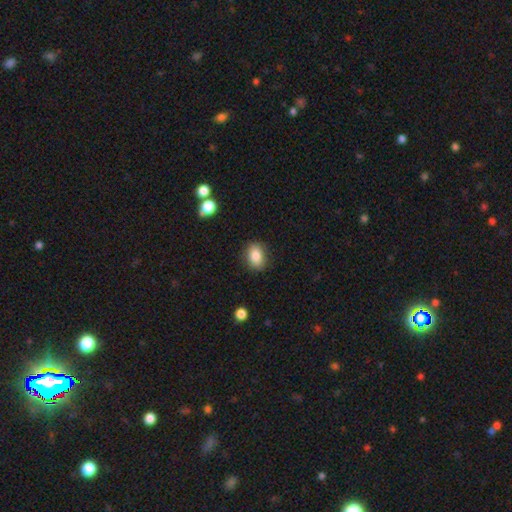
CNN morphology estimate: This is clearly a smooth galaxy (85%). How rounded: likely in between (71%). Merging: clearly none (84%).